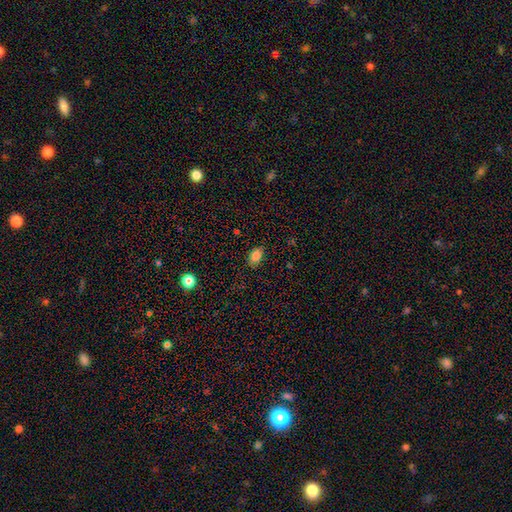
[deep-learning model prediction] Smooth or featured?
  - smooth: 83% *
  - star or artifact: 10%
  - featured or disk: 7%
How rounded?
  - in between: 86% *
  - round: 12%
  - cigar-shaped: 2%
Merging?
  - none: 83% *
  - minor disturbance: 13%
  - major disturbance: 3%
  - merger: 1%